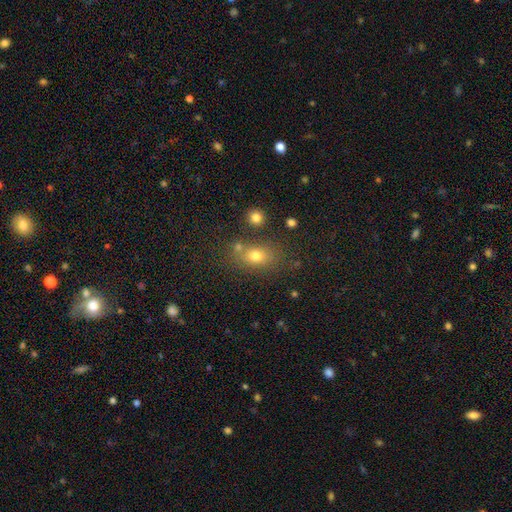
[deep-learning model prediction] A smooth galaxy with no disk features (73%) that is in between round and cigar-shaped (66%).

Vote fractions:
- Smooth or featured? smooth: 73% / star or artifact: 15% / featured or disk: 12%
- How rounded? in between: 66% / round: 31% / cigar-shaped: 3%
- Merging? none: 66% / merger: 15% / minor disturbance: 14% / major disturbance: 5%